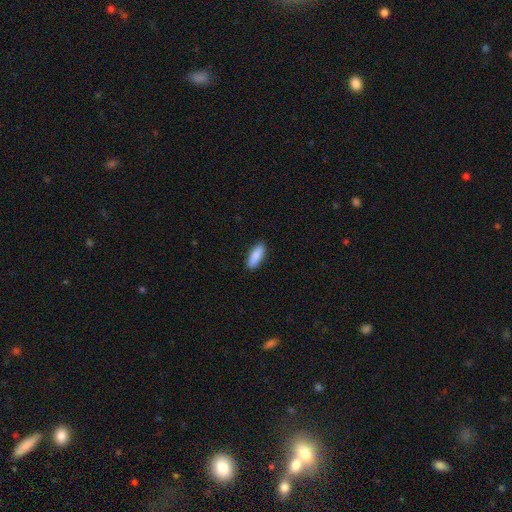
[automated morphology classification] smooth 89%, star or artifact 6%, featured or disk 5%. Down the decision tree: how rounded — in between (66%); merging — none (88%).